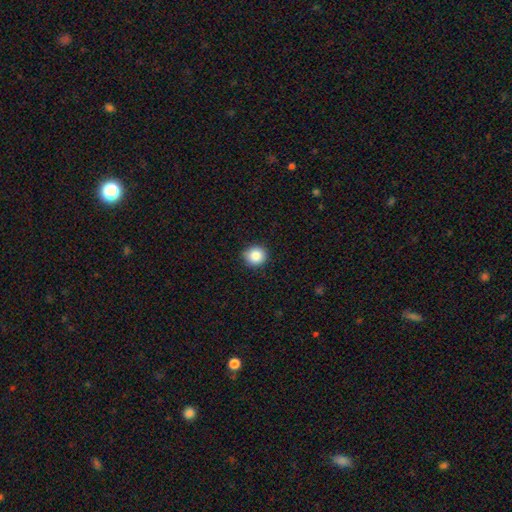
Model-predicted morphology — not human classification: A smooth galaxy with no disk features (87%) that is round (92%).

Vote fractions:
- Smooth or featured? smooth: 87% / star or artifact: 9% / featured or disk: 4%
- How rounded? round: 92% / in between: 7% / cigar-shaped: 1%
- Merging? none: 90% / minor disturbance: 7% / major disturbance: 2% / merger: 1%